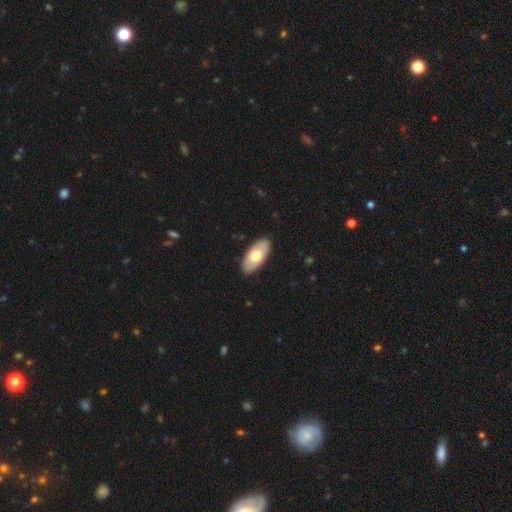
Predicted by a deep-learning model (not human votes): This is likely a smooth galaxy (65%). How rounded: clearly in between (94%). Merging: clearly none (90%).